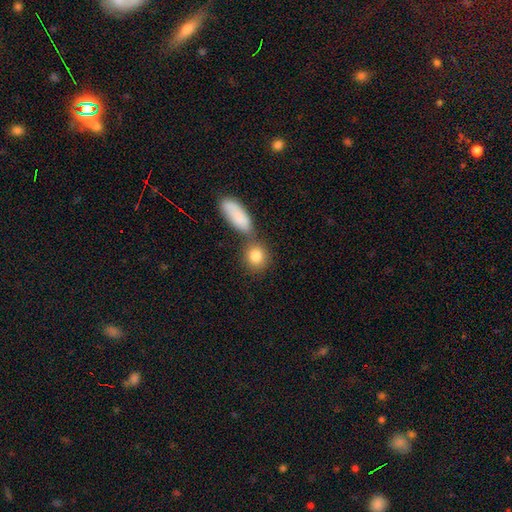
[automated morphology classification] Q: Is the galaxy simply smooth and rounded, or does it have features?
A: smooth — 84%.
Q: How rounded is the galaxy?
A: round — 76%.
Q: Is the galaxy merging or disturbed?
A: none — 58%.